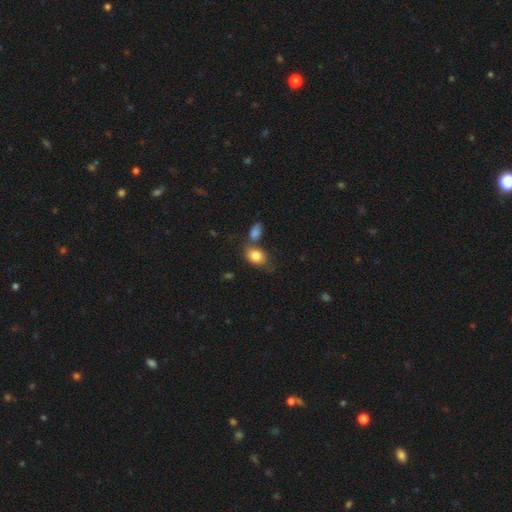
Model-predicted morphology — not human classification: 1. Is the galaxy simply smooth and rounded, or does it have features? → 83% smooth, 9% featured or disk, 8% star or artifact.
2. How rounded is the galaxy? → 73% in between, 25% round, 1% cigar-shaped.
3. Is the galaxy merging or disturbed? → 48% none, 27% merger, 18% minor disturbance, 7% major disturbance.